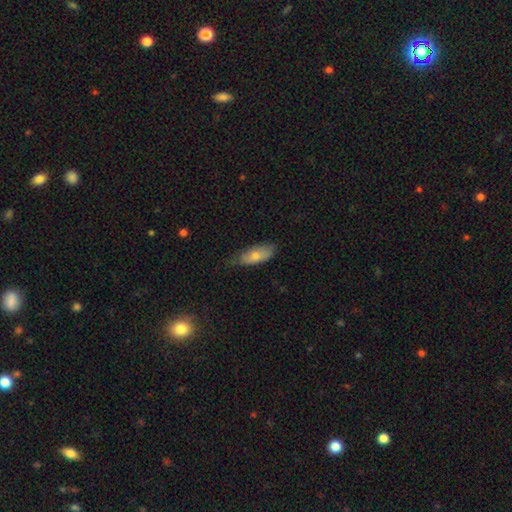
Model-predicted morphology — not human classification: The model was most divided on "merging": none: 67%, minor disturbance: 27%, major disturbance: 5%, merger: 1%. More confident: how rounded — in between (74%); smooth or featured — smooth (68%).